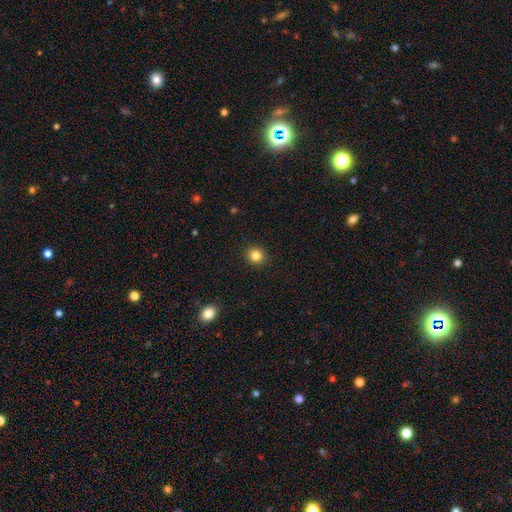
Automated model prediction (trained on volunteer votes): smooth 84%, star or artifact 11%, featured or disk 5%. Down the decision tree: how rounded — round (87%); merging — none (92%).